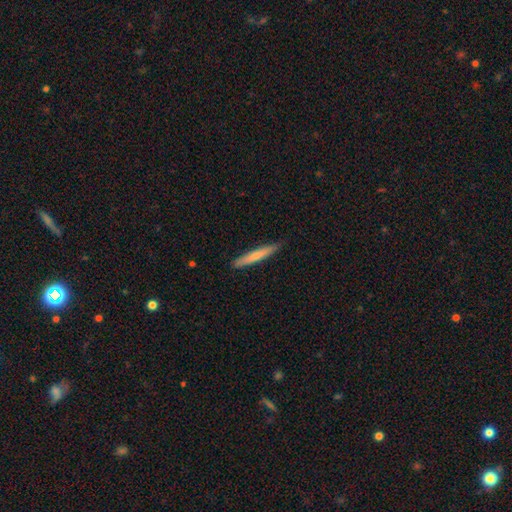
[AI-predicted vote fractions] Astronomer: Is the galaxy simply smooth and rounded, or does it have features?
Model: smooth — 70%.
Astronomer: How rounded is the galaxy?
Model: cigar-shaped — 95%.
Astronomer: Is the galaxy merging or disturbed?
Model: none — 87%.